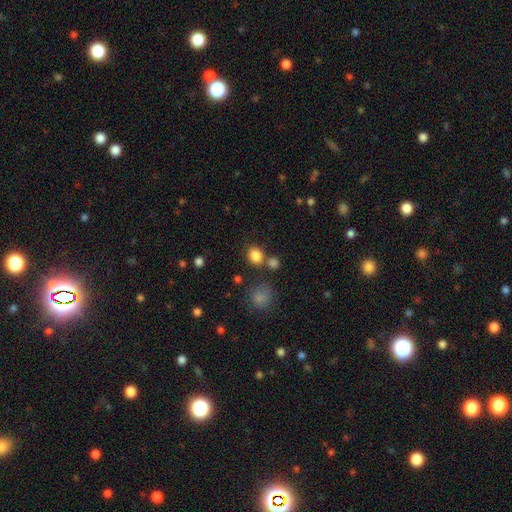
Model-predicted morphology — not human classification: A smooth galaxy with no disk features (83%) that is round (71%).

Vote fractions:
- Smooth or featured? smooth: 83% / star or artifact: 12% / featured or disk: 5%
- How rounded? round: 71% / in between: 28% / cigar-shaped: 1%
- Merging? none: 69% / merger: 16% / minor disturbance: 10% / major disturbance: 4%